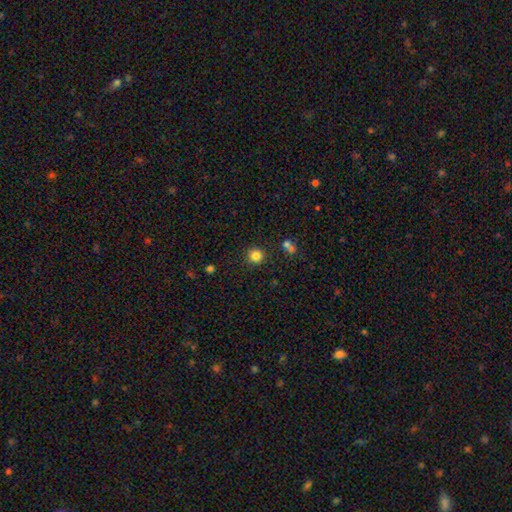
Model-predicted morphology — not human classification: This appears to be a smooth galaxy with no disk features (83%) that is round (94%). Merging: none (89%).